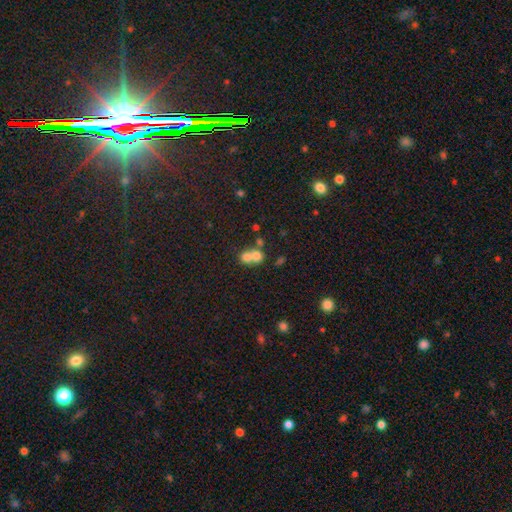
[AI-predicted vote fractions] smooth 70%, featured or disk 18%, star or artifact 13%. Down the decision tree: how rounded — round (75%); merging — merger (68%).